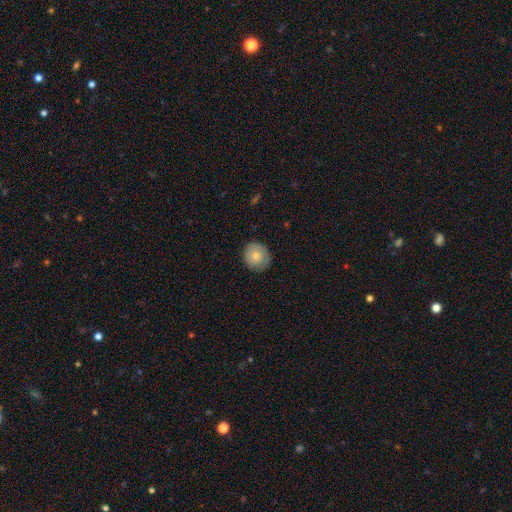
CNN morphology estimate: Smooth or featured? Predicted: smooth (p=0.76). How rounded? Predicted: round (p=0.87). Merging? Predicted: none (p=0.80).